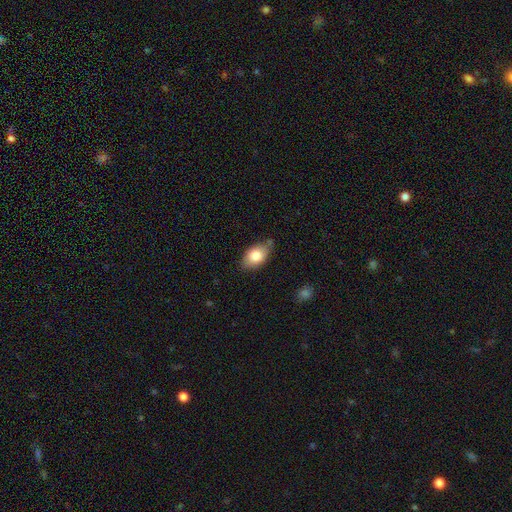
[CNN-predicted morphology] Smooth or featured: smooth — 81% (featured or disk — 12%)
How rounded: in between — 89% (round — 9%)
Merging: none — 72% (minor disturbance — 21%)